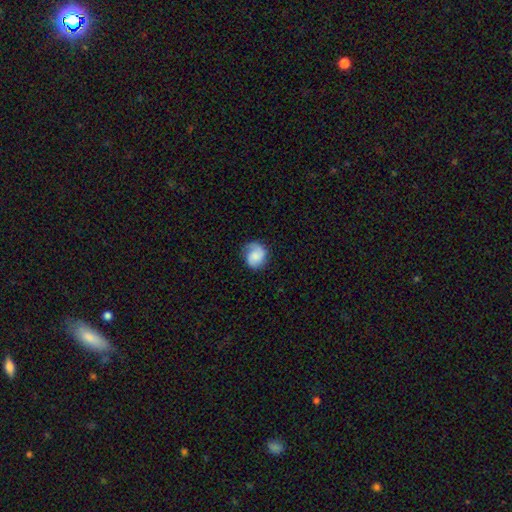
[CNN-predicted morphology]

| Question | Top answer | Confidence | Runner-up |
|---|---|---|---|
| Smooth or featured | smooth | 52% | featured or disk (40%) |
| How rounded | round | 76% | in between (23%) |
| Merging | none | 67% | minor disturbance (22%) |